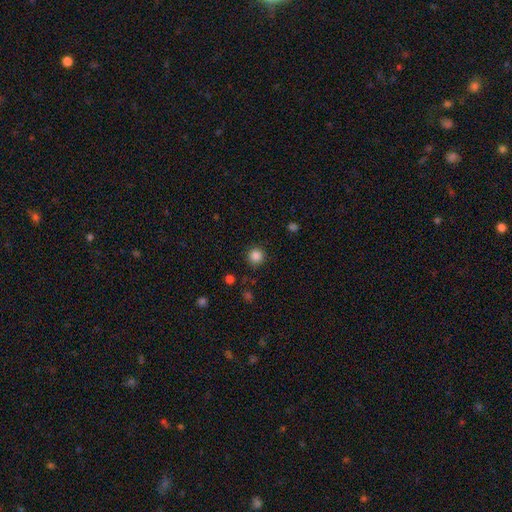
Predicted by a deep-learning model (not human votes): Smooth or featured: smooth — 86% (star or artifact — 11%)
How rounded: round — 95% (in between — 4%)
Merging: none — 90% (minor disturbance — 6%)